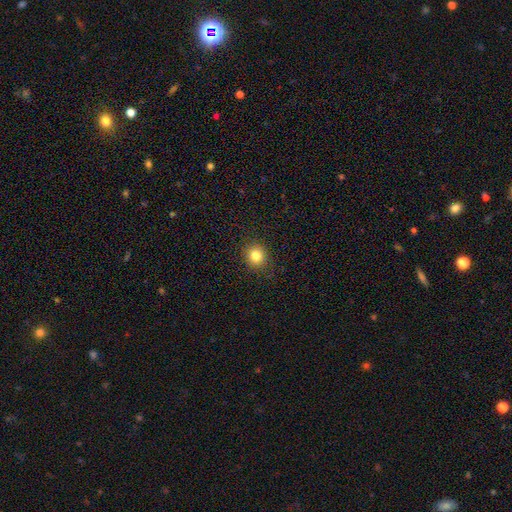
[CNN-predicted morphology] A smooth galaxy with no disk features (82%) that is round (86%). Merging: none (91%).